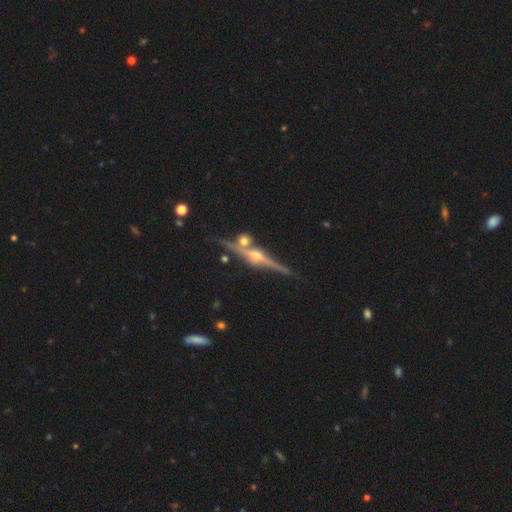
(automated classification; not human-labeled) Smooth or featured: featured or disk — 87% (star or artifact — 7%)
Edge-on disk: yes — 98% (no — 2%)
Edge-on bulge: rounded — 93% (boxy — 4%)
Merging: none — 78% (merger — 10%)